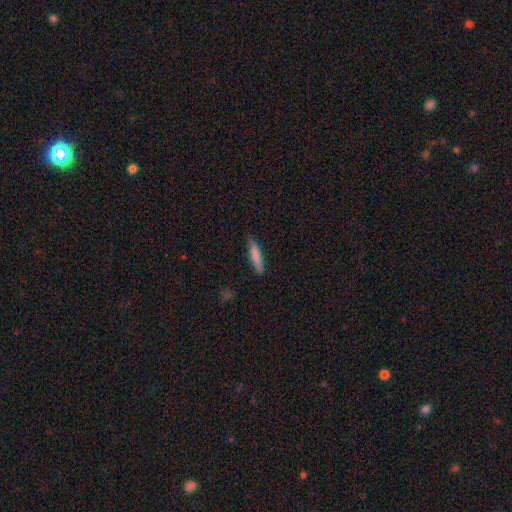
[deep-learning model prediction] smooth-or-featured: smooth: 80% | featured or disk: 14% | star or artifact: 6%
  how-rounded: cigar-shaped: 83% | in between: 16% | round: 1%
  merging: none: 83% | minor disturbance: 13% | major disturbance: 2% | merger: 1%